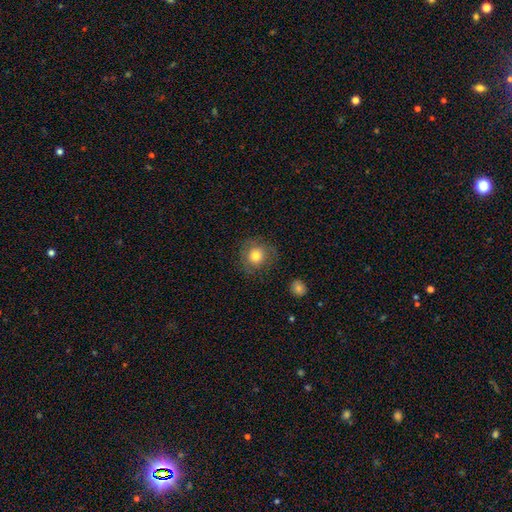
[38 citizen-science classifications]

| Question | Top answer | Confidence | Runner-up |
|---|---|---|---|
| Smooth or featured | smooth | 74% | featured or disk (18%) |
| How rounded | round | 96% | in between (4%) |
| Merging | none | 74% | minor disturbance (17%) |